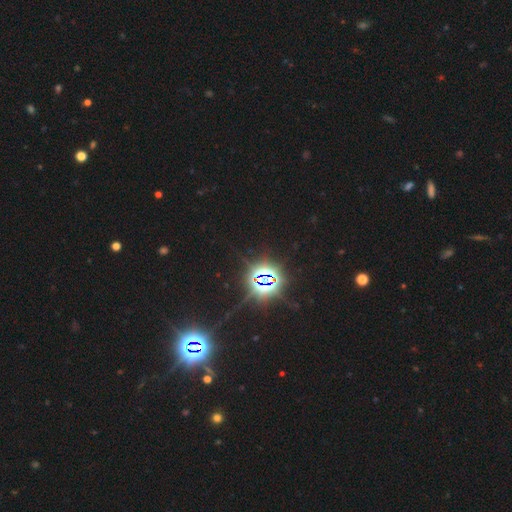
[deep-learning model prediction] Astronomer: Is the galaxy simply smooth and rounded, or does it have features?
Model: star or artifact — 84%.